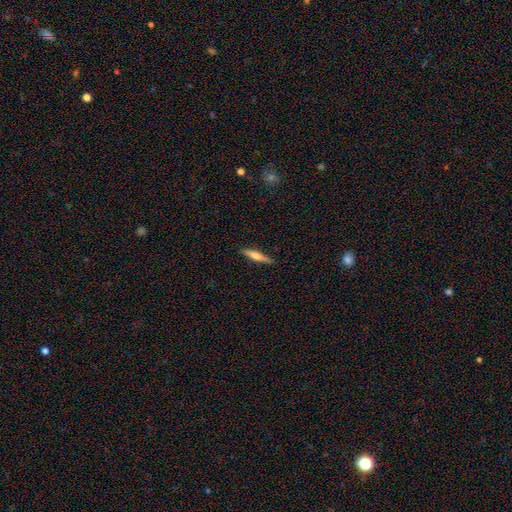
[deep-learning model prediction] This appears to be a smooth galaxy with no disk features (52%) that is cigar-shaped (89%). Merging: none (89%).